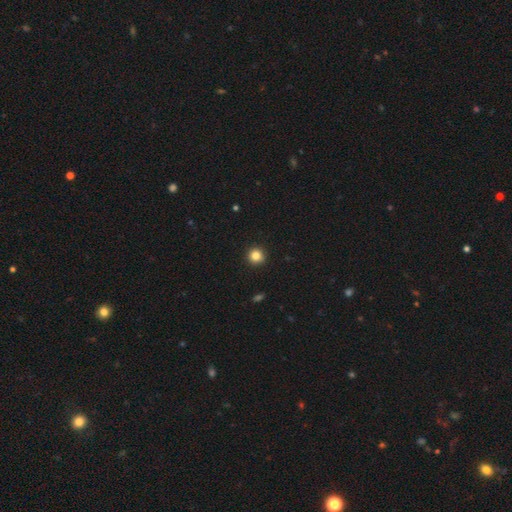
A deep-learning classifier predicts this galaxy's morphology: smooth 84%, star or artifact 12%, featured or disk 5%. Down the decision tree: how rounded — round (95%); merging — none (93%).